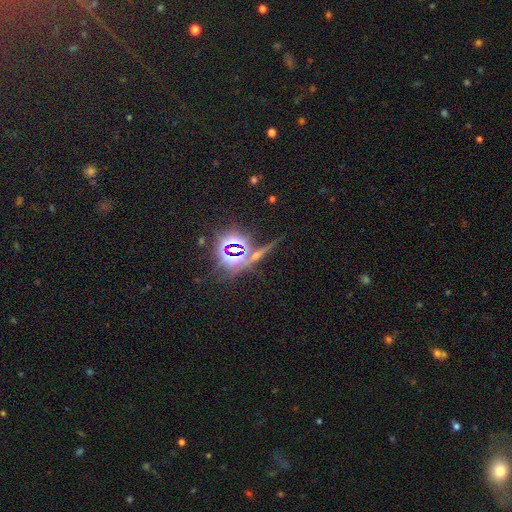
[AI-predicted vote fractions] Smooth or featured? Predicted: star or artifact (p=0.70).